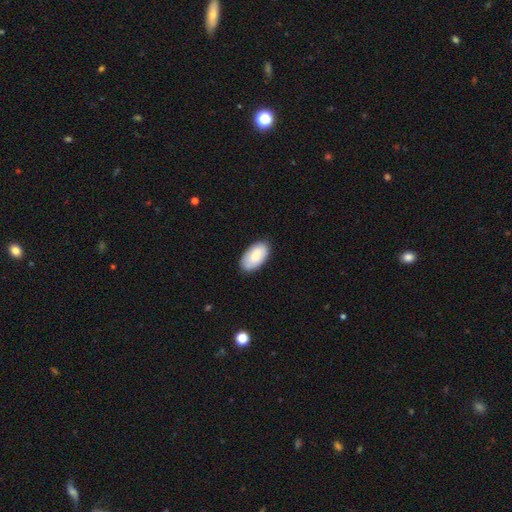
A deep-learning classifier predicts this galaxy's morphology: This appears to be a smooth galaxy with no disk features (80%) that is in between round and cigar-shaped (96%). Merging: none (85%).